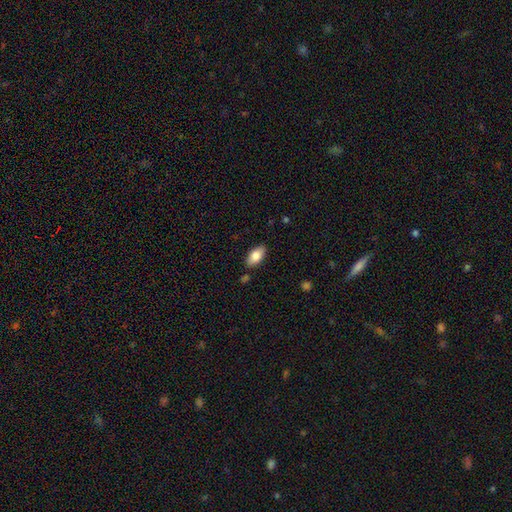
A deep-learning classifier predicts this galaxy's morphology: Smooth or featured: smooth — 80% (featured or disk — 13%)
How rounded: in between — 92% (cigar-shaped — 5%)
Merging: none — 85% (minor disturbance — 11%)